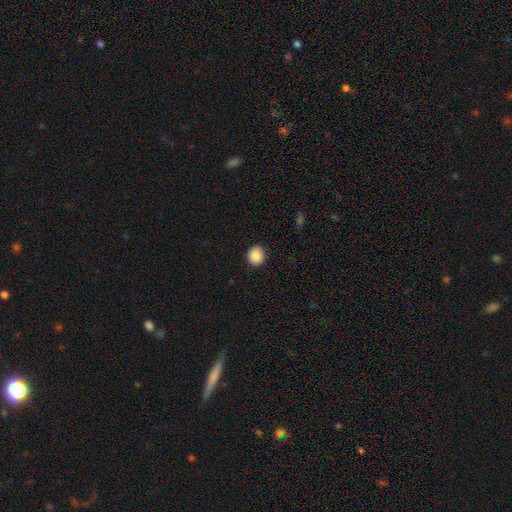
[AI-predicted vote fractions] smooth_or_featured: smooth (p=0.89) [alt: star or artifact p=0.09]
how_rounded: round (p=0.82) [alt: in between p=0.17]
merging: none (p=0.89) [alt: minor disturbance p=0.08]